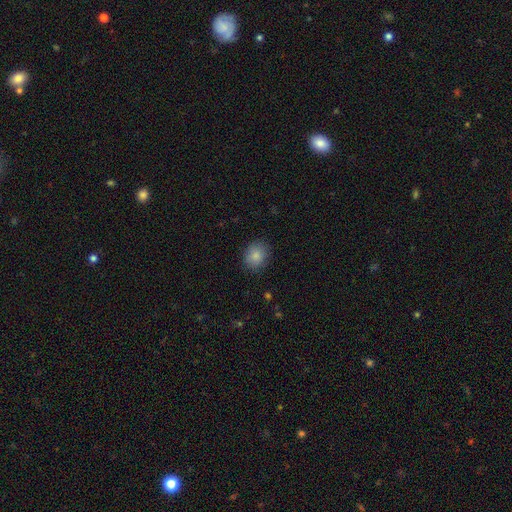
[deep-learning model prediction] Smooth or featured? Predicted: smooth (p=0.85). How rounded? Predicted: round (p=0.62). Merging? Predicted: none (p=0.86).